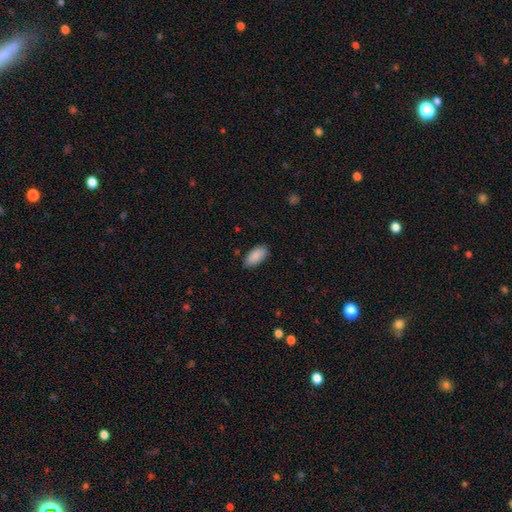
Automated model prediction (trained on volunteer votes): Morphology: type=smooth (90%); roundness=in between (91%); merging=none (84%).